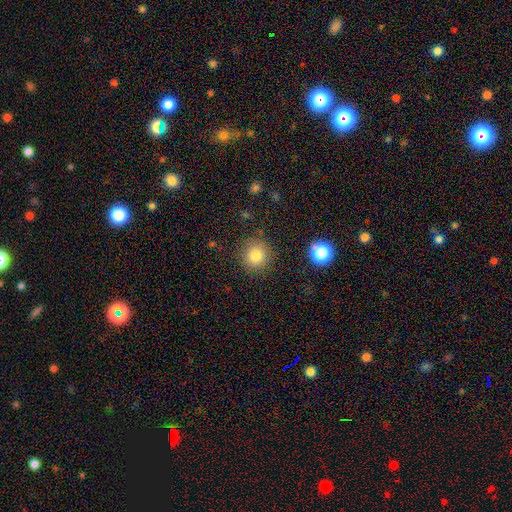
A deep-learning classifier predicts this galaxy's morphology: Smooth or featured?
  - smooth: 81% *
  - star or artifact: 11%
  - featured or disk: 7%
How rounded?
  - round: 91% *
  - in between: 8%
  - cigar-shaped: 1%
Merging?
  - none: 87% *
  - minor disturbance: 8%
  - major disturbance: 3%
  - merger: 2%